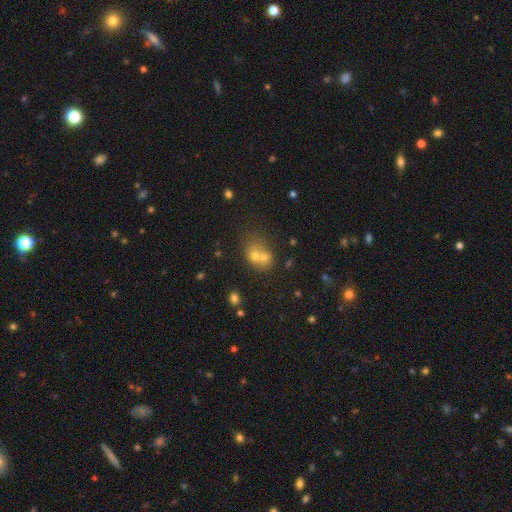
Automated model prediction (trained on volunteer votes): A smooth galaxy with no disk features (60%) that is round (62%). Merging: merger (62%).